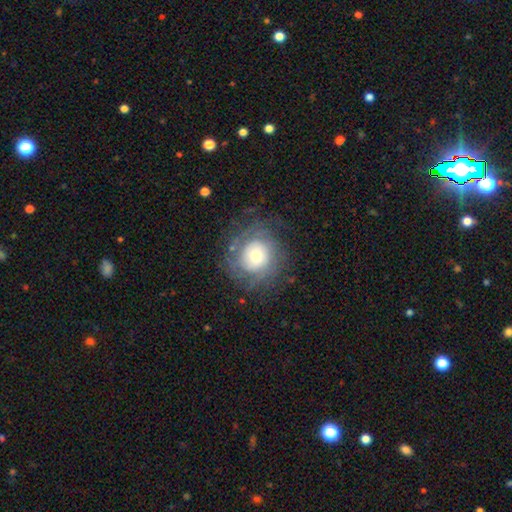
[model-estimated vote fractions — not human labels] Morphology: type=featured or disk (57%); edge-on=no (97%); bar=no (83%); spiral arms=yes (79%); bulge=moderate (39%); merging=none (73%).